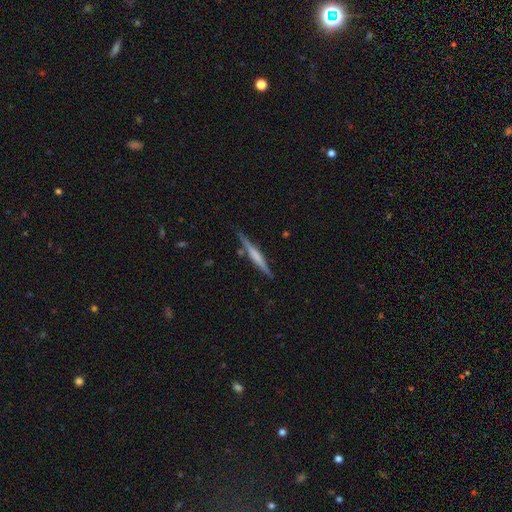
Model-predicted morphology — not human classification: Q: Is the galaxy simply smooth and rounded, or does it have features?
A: featured or disk — 63%.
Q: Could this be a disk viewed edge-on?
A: yes — 98%.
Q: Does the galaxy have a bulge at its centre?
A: none — 37%.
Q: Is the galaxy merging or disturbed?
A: none — 86%.